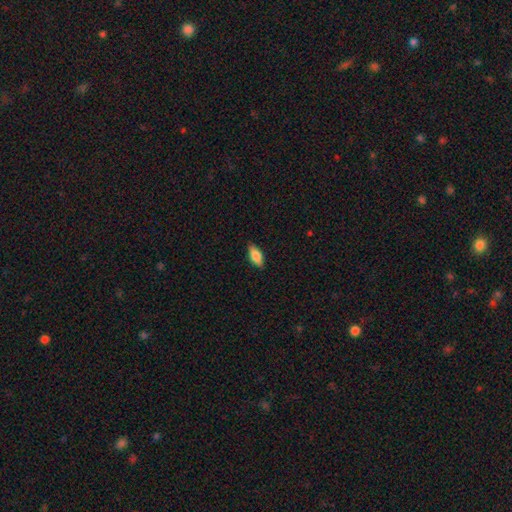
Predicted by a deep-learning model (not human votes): smooth_or_featured: smooth (p=0.77) [alt: featured or disk p=0.17]
how_rounded: in between (p=0.80) [alt: cigar-shaped p=0.17]
merging: none (p=0.85) [alt: minor disturbance p=0.11]